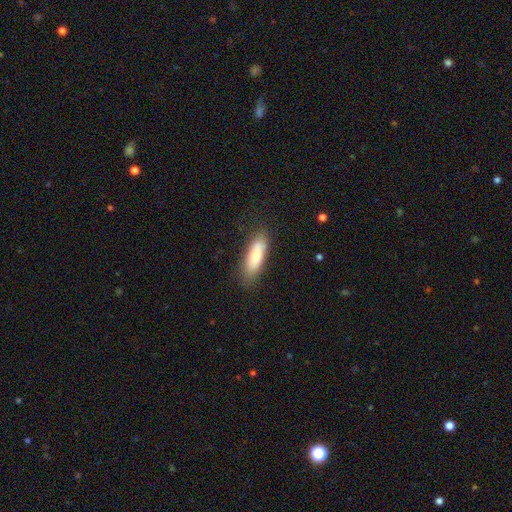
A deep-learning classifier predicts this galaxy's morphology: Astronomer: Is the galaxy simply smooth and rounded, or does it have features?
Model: smooth — 72%.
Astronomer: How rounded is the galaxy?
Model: in between — 59% (runner-up: cigar-shaped, 39%).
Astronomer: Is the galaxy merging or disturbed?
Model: none — 77%.